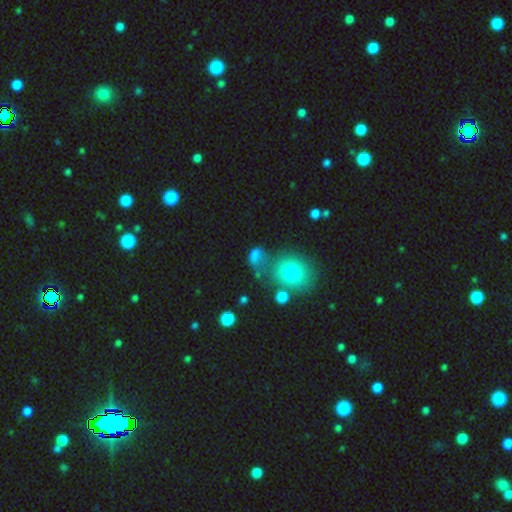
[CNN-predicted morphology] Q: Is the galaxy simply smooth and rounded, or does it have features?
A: smooth — 64%.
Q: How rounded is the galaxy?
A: in between — 56%.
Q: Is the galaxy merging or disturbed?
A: none — 37%.